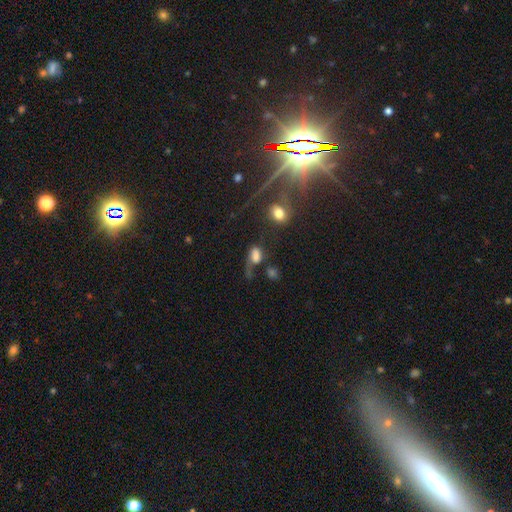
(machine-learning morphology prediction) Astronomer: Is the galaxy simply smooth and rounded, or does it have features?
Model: smooth — 62%.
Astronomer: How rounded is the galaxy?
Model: in between — 77%.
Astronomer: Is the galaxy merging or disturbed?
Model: major disturbance — 37% (runner-up: none, 27%).